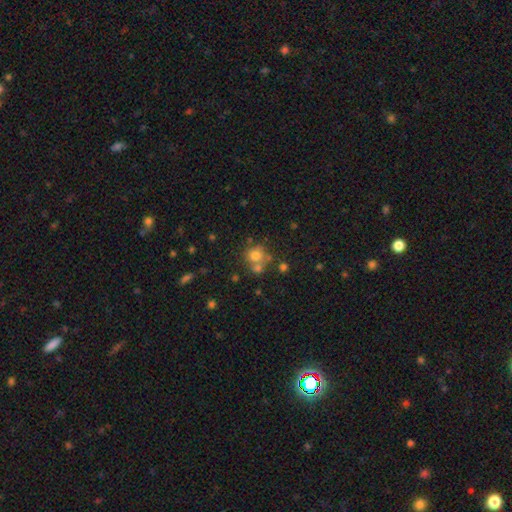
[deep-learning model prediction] smooth 71%, star or artifact 15%, featured or disk 14%. Down the decision tree: how rounded — round (84%); merging — none (54%).